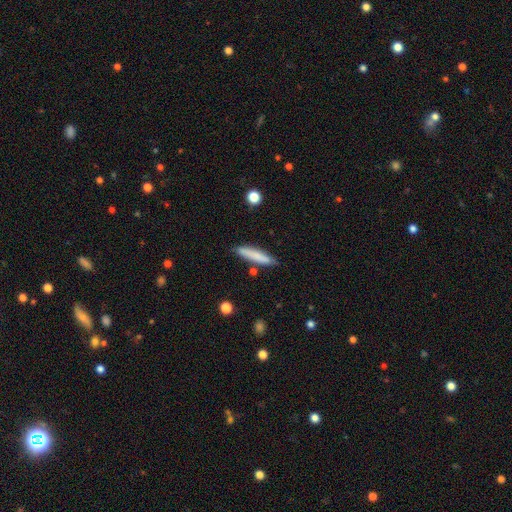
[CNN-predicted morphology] Smooth or featured? Predicted: smooth (p=0.78). How rounded? Predicted: cigar-shaped (p=0.88). Merging? Predicted: none (p=0.82).